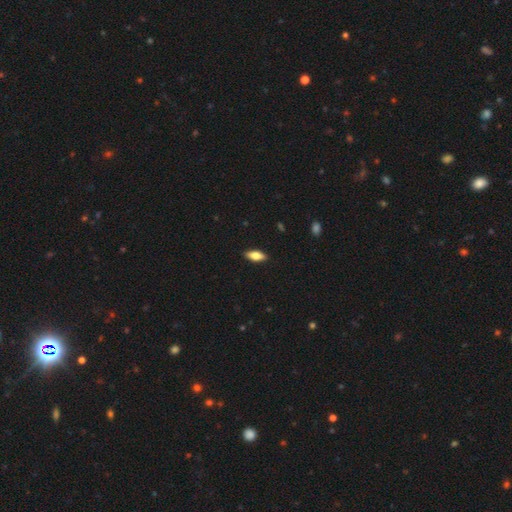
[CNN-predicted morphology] Smooth or featured: smooth — 73% (featured or disk — 20%)
How rounded: in between — 78% (cigar-shaped — 19%)
Merging: none — 89% (minor disturbance — 8%)